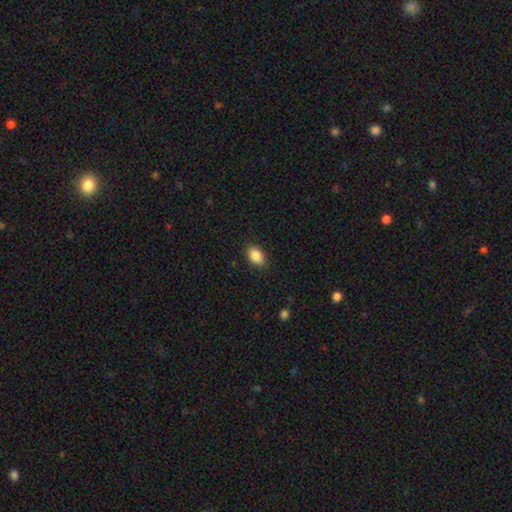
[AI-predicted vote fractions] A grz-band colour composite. It shows a smooth galaxy with no disk features (88%) that is in between round and cigar-shaped (85%). Merging: none (87%).